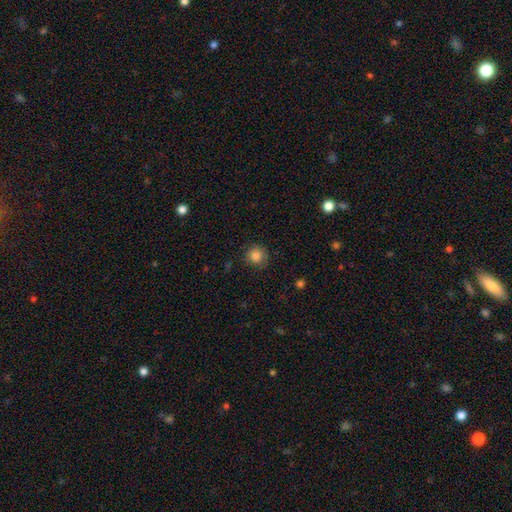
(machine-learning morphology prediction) The model was most divided on "merging": none: 82%, minor disturbance: 13%, major disturbance: 3%, merger: 1%. More confident: how rounded — round (91%); smooth or featured — smooth (85%).